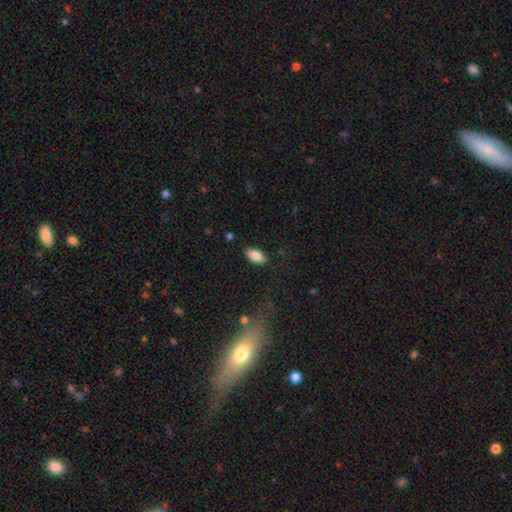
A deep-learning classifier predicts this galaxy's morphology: smooth_or_featured: smooth (p=0.85) [alt: featured or disk p=0.08]
how_rounded: in between (p=0.93) [alt: cigar-shaped p=0.04]
merging: none (p=0.87) [alt: minor disturbance p=0.10]